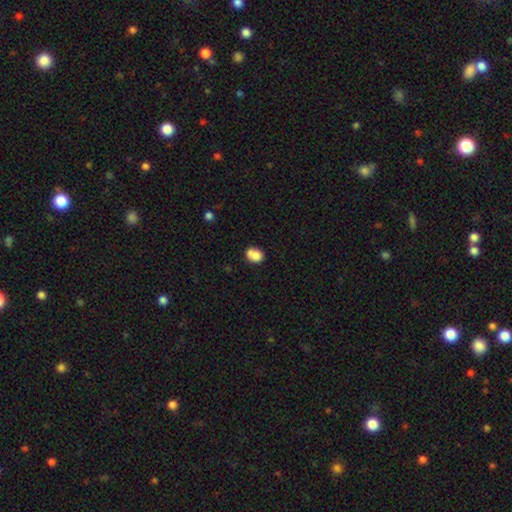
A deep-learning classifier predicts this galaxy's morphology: smooth 79%, featured or disk 11%, star or artifact 9%. Down the decision tree: how rounded — in between (55%); merging — none (44%).